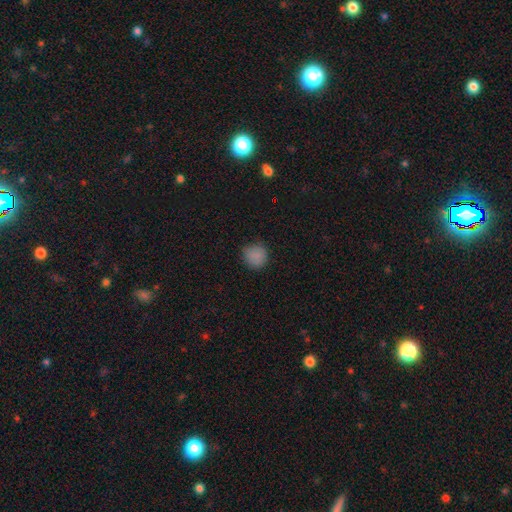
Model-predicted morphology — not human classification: Smooth or featured? smooth (84%)
How rounded? round (91%)
Merging? none (83%)